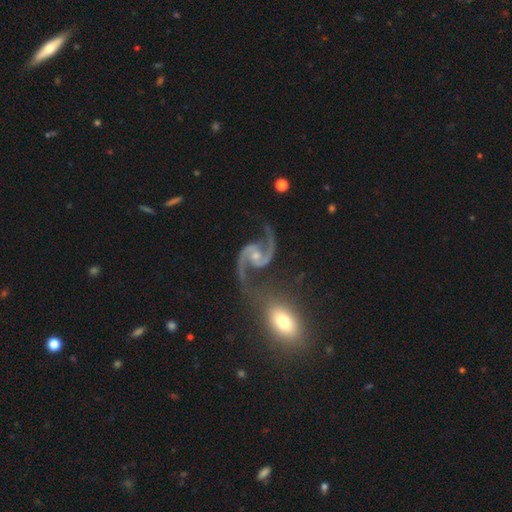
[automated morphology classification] The model was most divided on "spiral winding" (2-way tie): medium: 46%, loose: 46%, tight: 8%. Remaining: spiral arms — yes (98%); edge-on disk — no (98%); spiral arm count — 2 (95%); smooth or featured — featured or disk (94%); merging — none (61%); bar — no (54%); bulge size — small (47%).